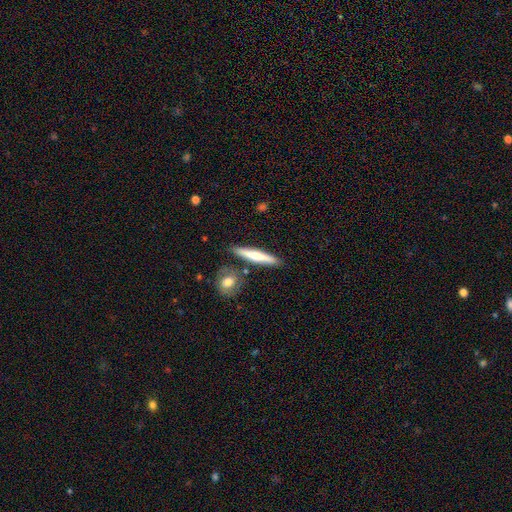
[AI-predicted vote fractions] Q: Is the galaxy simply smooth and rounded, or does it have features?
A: smooth — 57%.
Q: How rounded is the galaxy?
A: cigar-shaped — 90%.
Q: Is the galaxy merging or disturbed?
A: none — 83%.